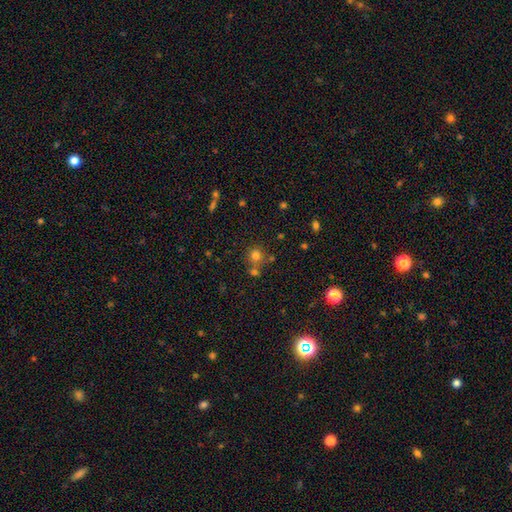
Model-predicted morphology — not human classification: Smooth or featured: smooth — 74% (star or artifact — 18%)
How rounded: round — 88% (in between — 11%)
Merging: none — 63% (merger — 24%)